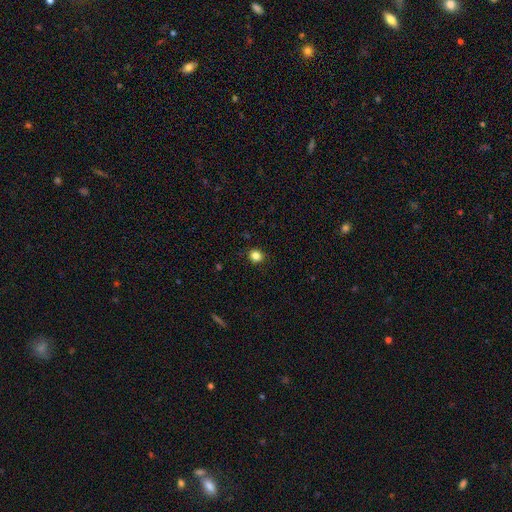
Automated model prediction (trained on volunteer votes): smooth_or_featured: smooth (p=0.84) [alt: star or artifact p=0.12]
how_rounded: round (p=0.79) [alt: in between p=0.20]
merging: none (p=0.89) [alt: minor disturbance p=0.08]